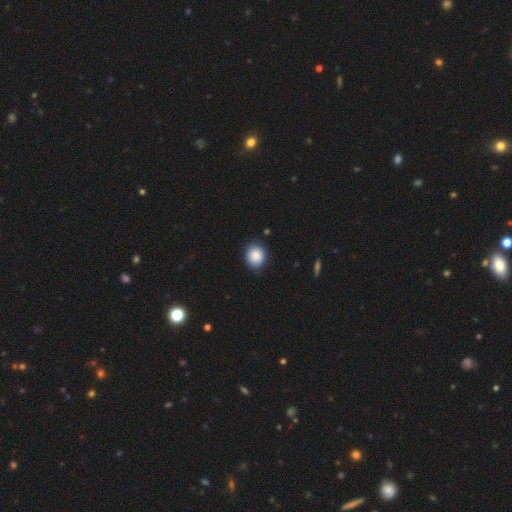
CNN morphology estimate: Smooth or featured? Predicted: smooth (p=0.87). How rounded? Predicted: round (p=0.76). Merging? Predicted: none (p=0.84).